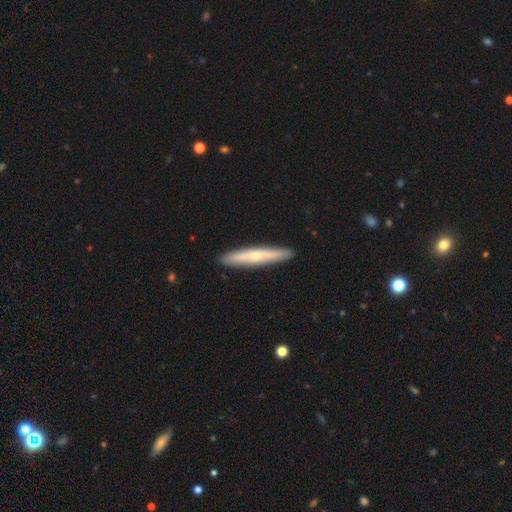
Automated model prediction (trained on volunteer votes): This is possibly a featured or disk galaxy (48%). Merging: clearly none (91%).